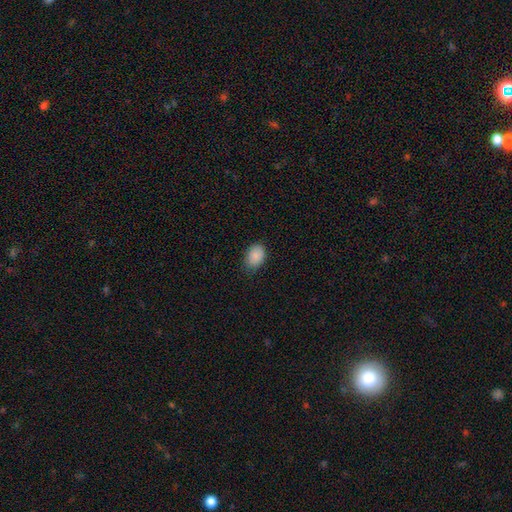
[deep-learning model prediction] Overall: smooth (88%). How rounded: in between (84%). Merging: none (77%).